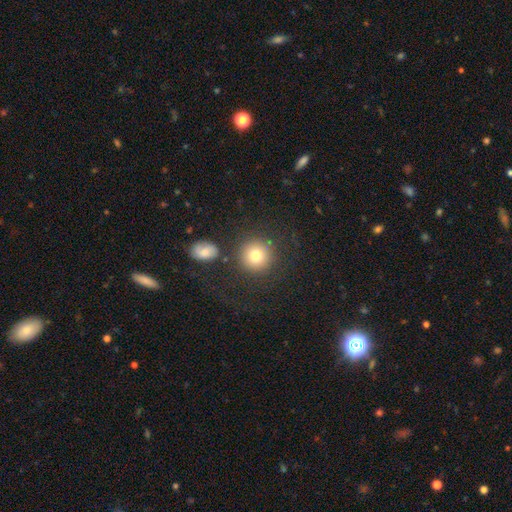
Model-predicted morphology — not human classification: smooth 80%, star or artifact 11%, featured or disk 9%. Down the decision tree: how rounded — round (93%); merging — none (83%).